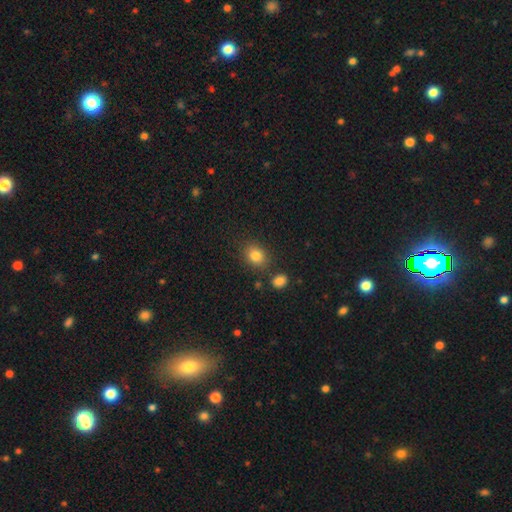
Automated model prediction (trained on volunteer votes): Smooth or featured: smooth — 82% (star or artifact — 11%)
How rounded: round — 51% (in between — 48%)
Merging: none — 79% (minor disturbance — 11%)